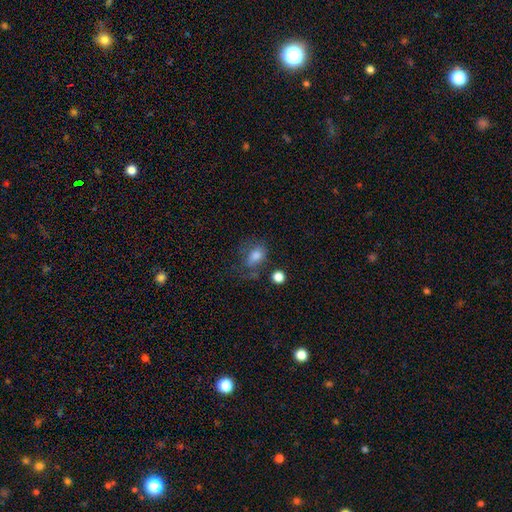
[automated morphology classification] A smooth galaxy with no disk features (71%) that is in between round and cigar-shaped (70%).

Vote fractions:
- Smooth or featured? smooth: 71% / featured or disk: 17% / star or artifact: 12%
- How rounded? in between: 70% / round: 28% / cigar-shaped: 2%
- Merging? none: 42% / major disturbance: 25% / minor disturbance: 25% / merger: 8%